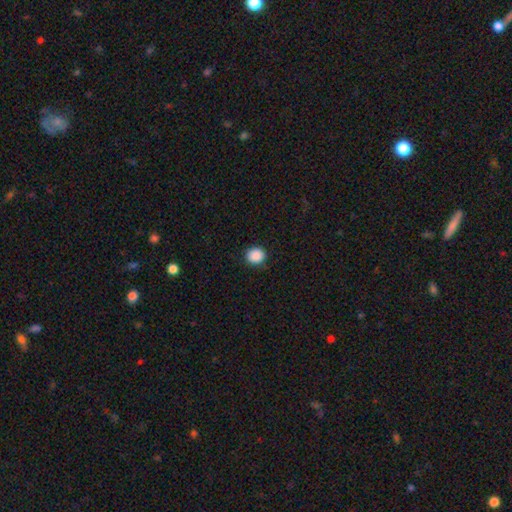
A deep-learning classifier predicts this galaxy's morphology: A smooth galaxy with no disk features (89%) that is round (86%).

Vote fractions:
- Smooth or featured? smooth: 89% / star or artifact: 9% / featured or disk: 3%
- How rounded? round: 86% / in between: 13% / cigar-shaped: 1%
- Merging? none: 89% / minor disturbance: 8% / major disturbance: 2% / merger: 1%